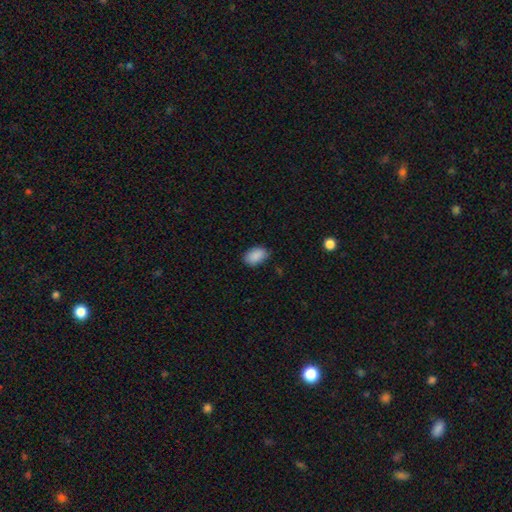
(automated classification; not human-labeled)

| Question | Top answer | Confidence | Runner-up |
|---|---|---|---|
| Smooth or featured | smooth | 89% | star or artifact (7%) |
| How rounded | in between | 91% | round (8%) |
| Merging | none | 79% | minor disturbance (17%) |